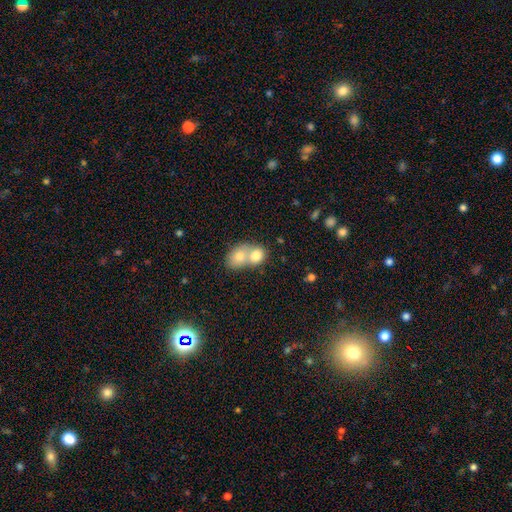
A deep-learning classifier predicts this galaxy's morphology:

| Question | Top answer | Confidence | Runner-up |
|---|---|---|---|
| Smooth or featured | smooth | 75% | featured or disk (17%) |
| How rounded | round | 52% | in between (47%) |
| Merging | merger | 72% | none (20%) |